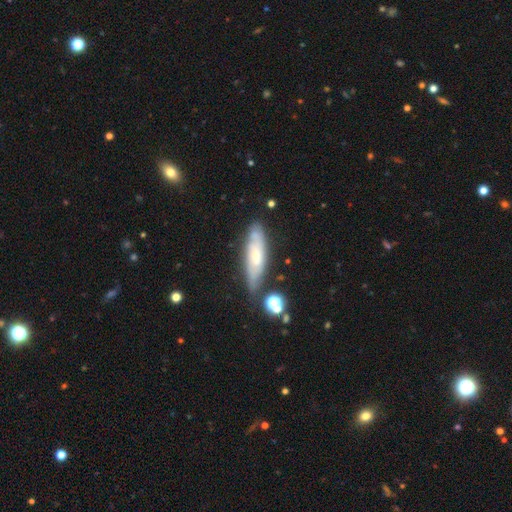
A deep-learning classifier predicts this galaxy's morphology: smooth_or_featured: featured or disk (p=0.53) [alt: smooth p=0.39]
disk_edge_on: no (p=0.60) [alt: yes p=0.40]
merging: none (p=0.69) [alt: minor disturbance p=0.20]